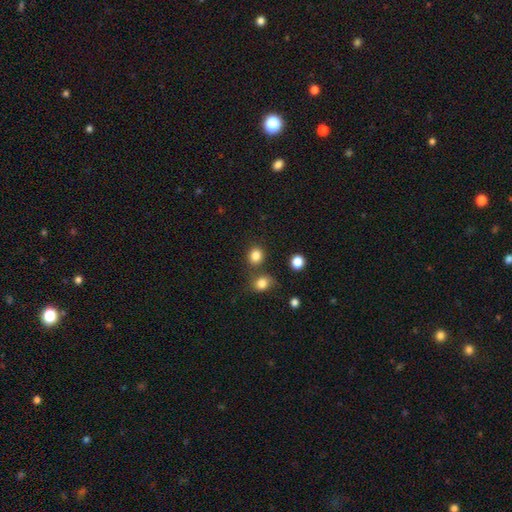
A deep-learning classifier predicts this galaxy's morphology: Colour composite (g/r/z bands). It shows a smooth galaxy with no disk features (83%) that is round (80%). Merging: none (75%).